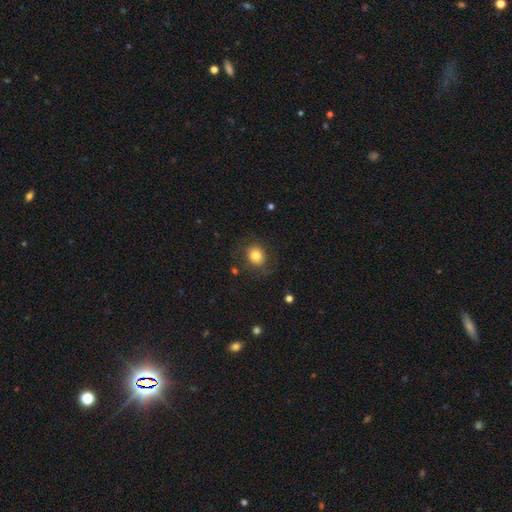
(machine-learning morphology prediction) A smooth galaxy with no disk features (79%) that is round (74%). Merging: none (79%).